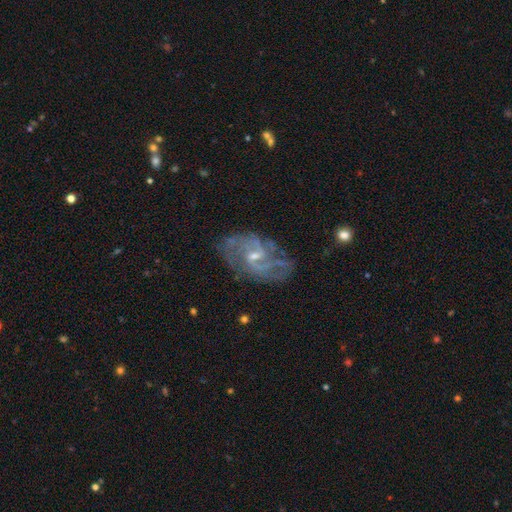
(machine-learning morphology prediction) Overall: featured or disk (83%). Edge-on disk: no (96%). Bar: weak (52%; no 38%). Spiral arms: yes (91%). Spiral arm count: 2 (41%; can't tell 30%). Spiral winding: medium (45%; tight 36%). Bulge size: small (60%; moderate 34%). Merging: none (69%).